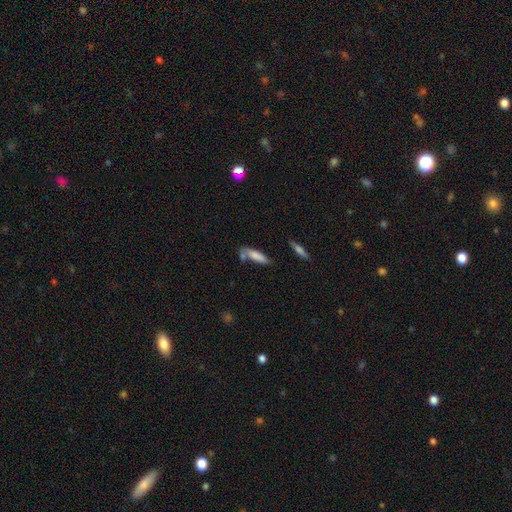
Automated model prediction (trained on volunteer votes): The model was most divided on "how rounded": cigar-shaped: 57%, in between: 42%, round: 2%. More confident: smooth or featured — smooth (77%); merging — none (53%).